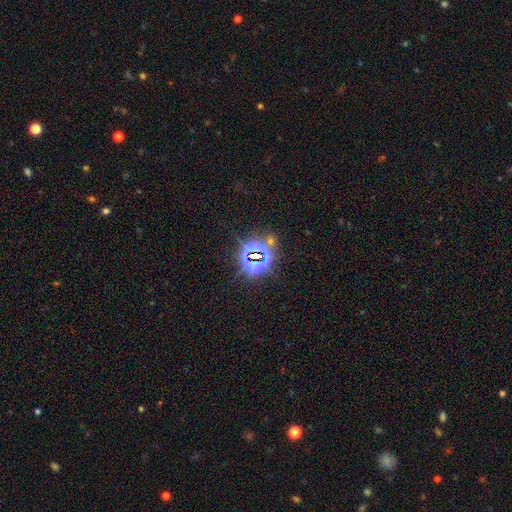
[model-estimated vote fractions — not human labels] Overall: star or artifact (78%).